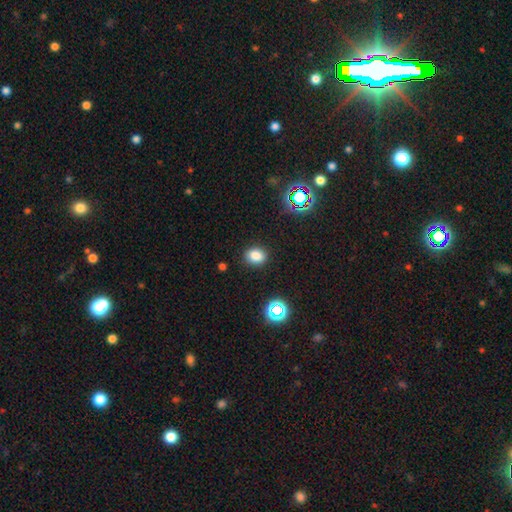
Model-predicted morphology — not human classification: smooth_or_featured: smooth (p=0.80) [alt: star or artifact p=0.15]
how_rounded: in between (p=0.57) [alt: round p=0.42]
merging: none (p=0.87) [alt: minor disturbance p=0.09]